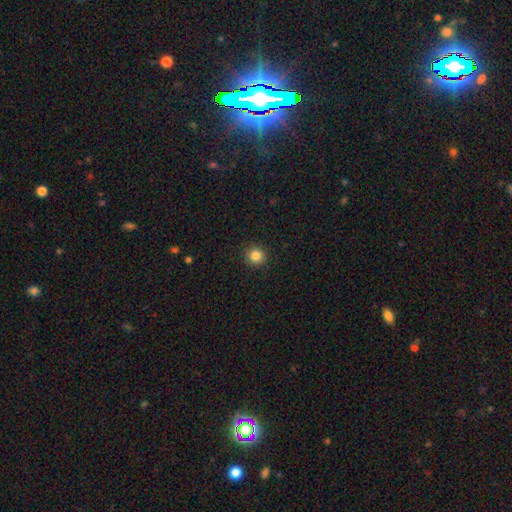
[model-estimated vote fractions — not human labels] smooth-or-featured: smooth: 85% | star or artifact: 11% | featured or disk: 4%
  how-rounded: round: 92% | in between: 7% | cigar-shaped: 1%
  merging: none: 92% | minor disturbance: 5% | major disturbance: 2% | merger: 1%